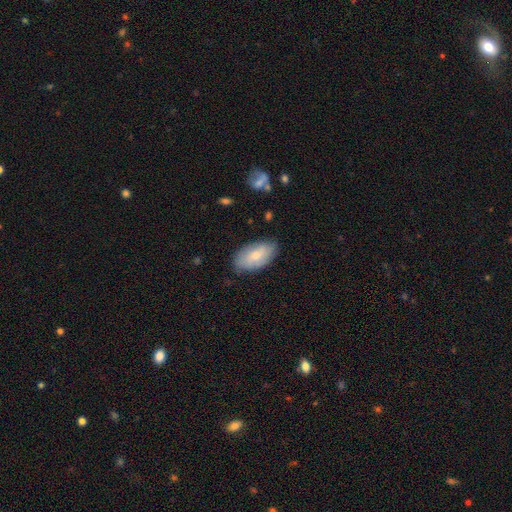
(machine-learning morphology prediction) Smooth or featured: smooth — 70% (featured or disk — 24%)
How rounded: in between — 94% (round — 3%)
Merging: none — 78% (minor disturbance — 18%)